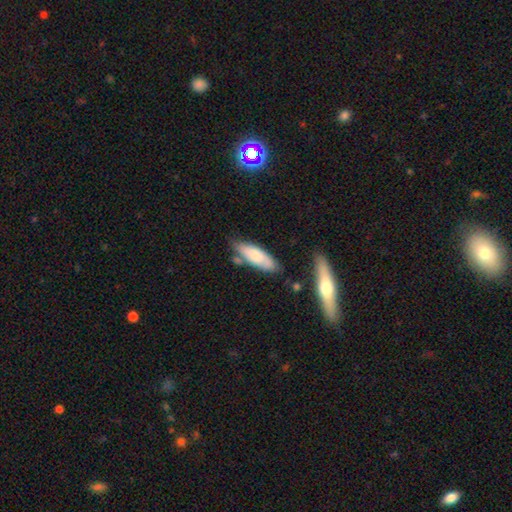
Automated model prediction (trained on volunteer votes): smooth-or-featured: smooth: 71% | featured or disk: 23% | star or artifact: 6%
  how-rounded: in between: 57% | cigar-shaped: 41% | round: 2%
  merging: none: 64% | minor disturbance: 21% | merger: 10% | major disturbance: 5%